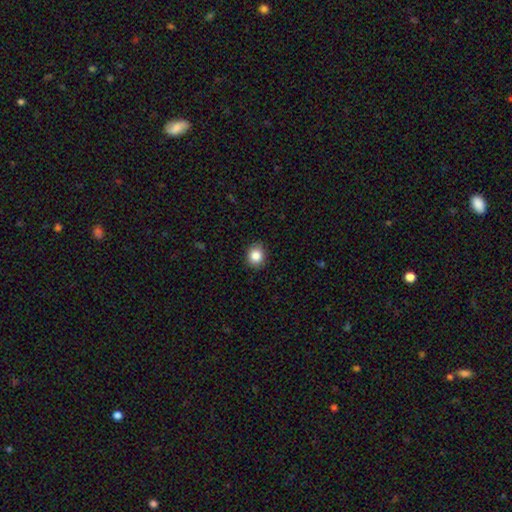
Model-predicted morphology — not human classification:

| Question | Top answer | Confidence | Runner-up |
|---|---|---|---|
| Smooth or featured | smooth | 86% | star or artifact (9%) |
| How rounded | round | 75% | in between (24%) |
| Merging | none | 88% | minor disturbance (9%) |